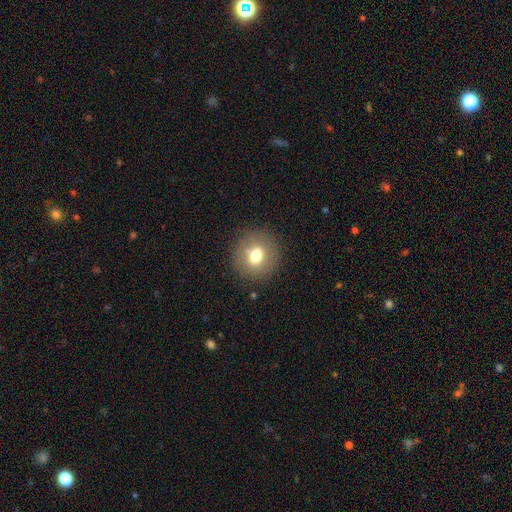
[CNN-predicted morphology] type=smooth (72%); roundness=round (86%); merging=none (87%).